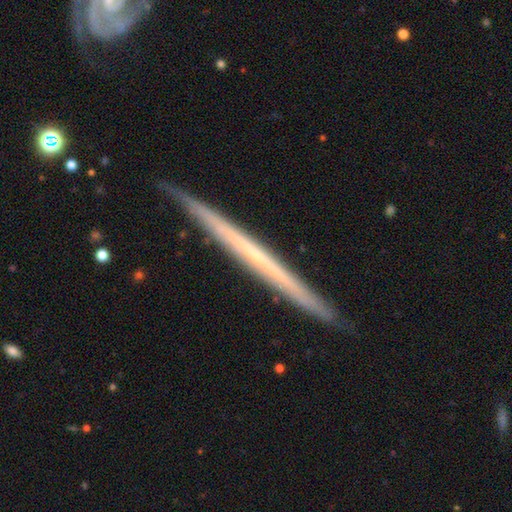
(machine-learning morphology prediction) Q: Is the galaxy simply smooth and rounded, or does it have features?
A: featured or disk — 67%.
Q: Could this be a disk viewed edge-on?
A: yes — 97%.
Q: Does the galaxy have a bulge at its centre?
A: none — 90%.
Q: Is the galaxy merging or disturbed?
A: none — 89%.